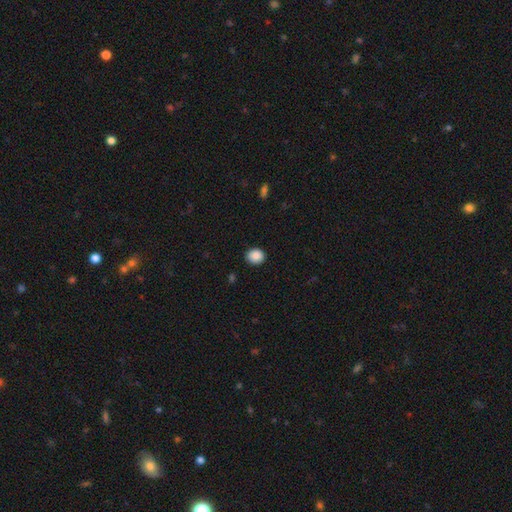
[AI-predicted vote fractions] Smooth or featured?
  - smooth: 89% *
  - star or artifact: 8%
  - featured or disk: 3%
How rounded?
  - round: 68% *
  - in between: 31%
  - cigar-shaped: 1%
Merging?
  - none: 87% *
  - minor disturbance: 9%
  - major disturbance: 2%
  - merger: 1%